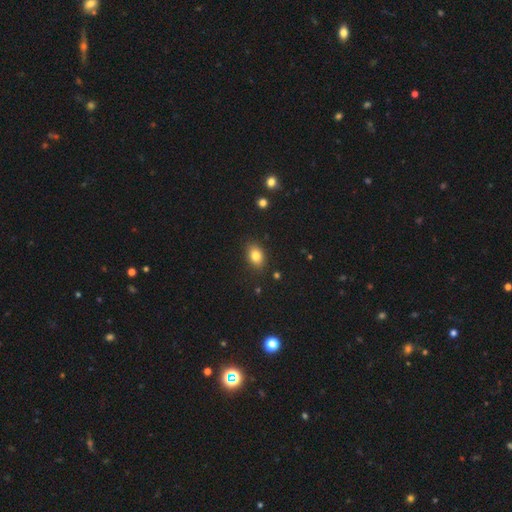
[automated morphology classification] This appears to be a smooth galaxy with no disk features (81%) that is in between round and cigar-shaped (76%). Merging: none (85%).